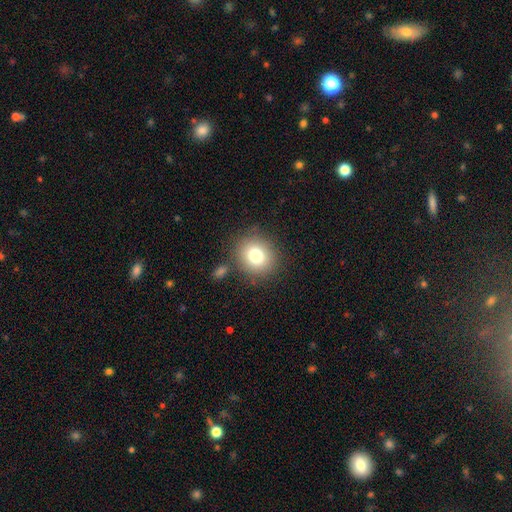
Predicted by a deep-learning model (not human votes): smooth_or_featured: smooth (p=0.78) [alt: star or artifact p=0.11]
how_rounded: round (p=0.78) [alt: in between p=0.22]
merging: none (p=0.81) [alt: minor disturbance p=0.10]